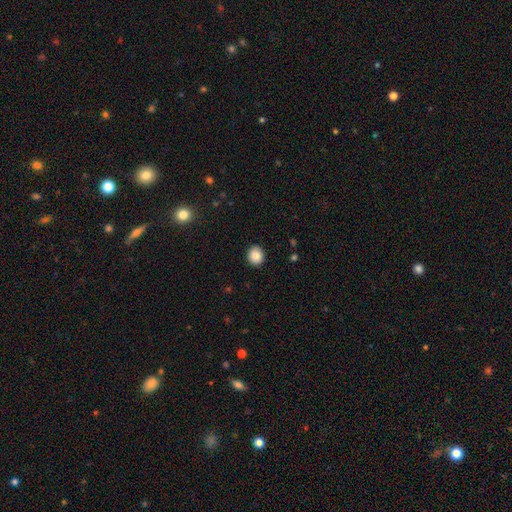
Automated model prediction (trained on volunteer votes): Morphology: type=smooth (87%); roundness=round (81%); merging=none (91%).